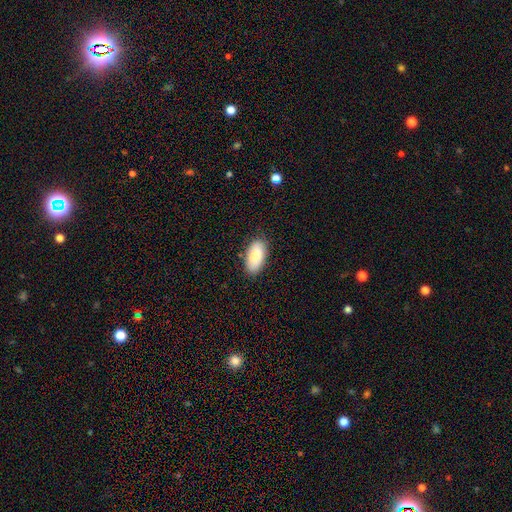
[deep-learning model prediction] smooth-or-featured: smooth: 86% | featured or disk: 8% | star or artifact: 6%
  how-rounded: in between: 94% | cigar-shaped: 4% | round: 2%
  merging: none: 84% | minor disturbance: 12% | major disturbance: 2% | merger: 1%